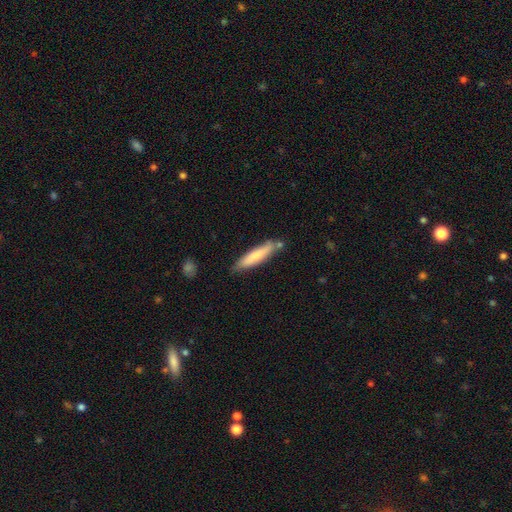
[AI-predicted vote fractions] smooth_or_featured: smooth (p=0.73) [alt: featured or disk p=0.22]
how_rounded: cigar-shaped (p=0.85) [alt: in between p=0.14]
merging: none (p=0.73) [alt: minor disturbance p=0.18]